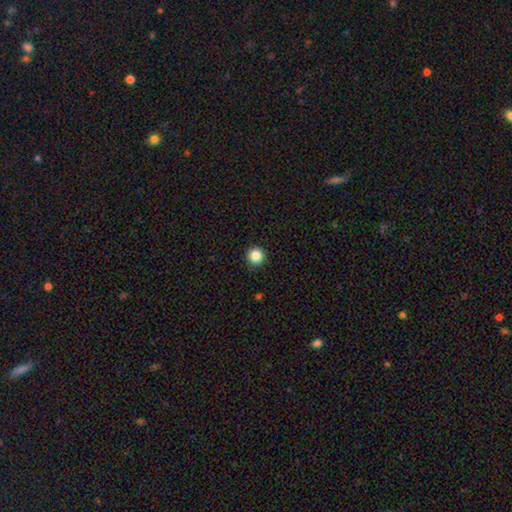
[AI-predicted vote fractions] Overall: smooth (86%). How rounded: round (96%). Merging: none (93%).